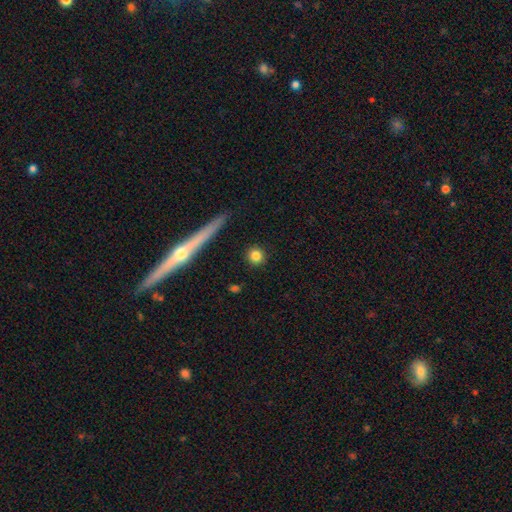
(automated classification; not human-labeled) Smooth or featured? smooth (82%)
How rounded? round (91%)
Merging? none (91%)